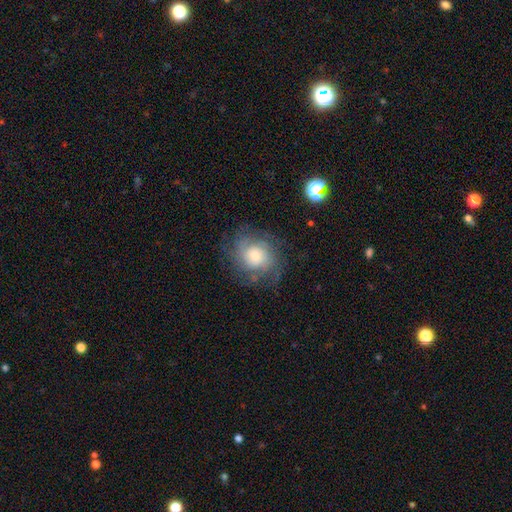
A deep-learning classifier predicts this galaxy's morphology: Smooth or featured? featured or disk (67%)
Edge-on disk? no (97%)
Bar? no (76%)
Spiral arms? yes (89%)
Spiral winding? tight (57%)
Spiral arm count? can't tell (46%)
Bulge size? moderate (46%)
Merging? none (73%)